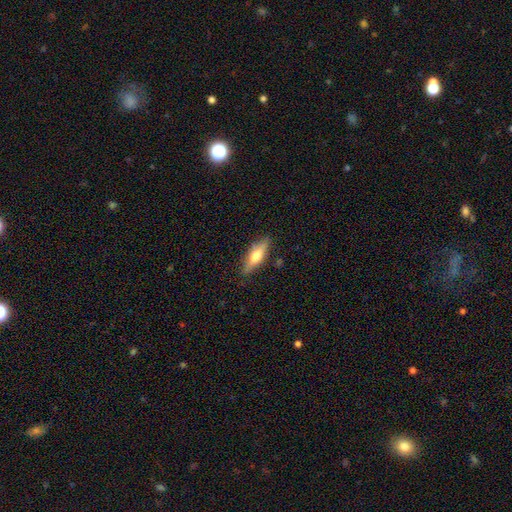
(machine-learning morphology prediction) A smooth galaxy with no disk features (47%). Merging: none (84%).